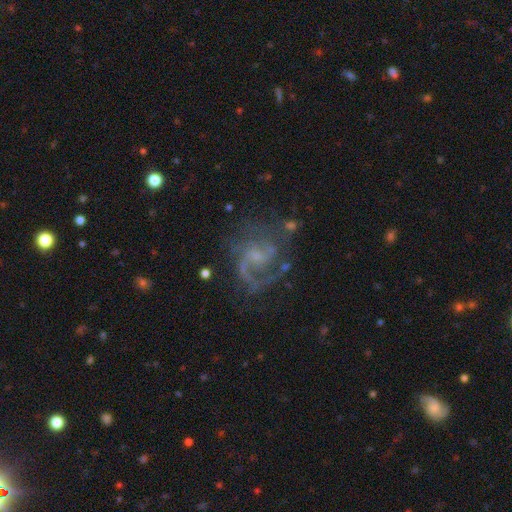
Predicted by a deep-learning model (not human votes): The model was most divided on "spiral arm count": 2: 43%, 1: 32%, can't tell: 11%, 3: 9%, 4: 3%, more than 4: 3%. More confident: edge-on disk — no (98%); spiral arms — yes (94%); smooth or featured — featured or disk (84%); merging — none (55%); bar — no (52%); bulge size — small (52%); spiral winding — medium (51%).